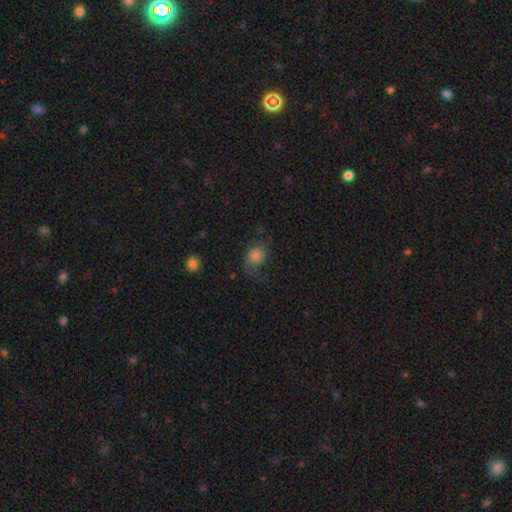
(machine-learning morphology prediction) Q: Smooth or featured?
A: featured or disk (46%); runner-up: smooth (43%)
Q: Merging?
A: none (53%); runner-up: major disturbance (23%)